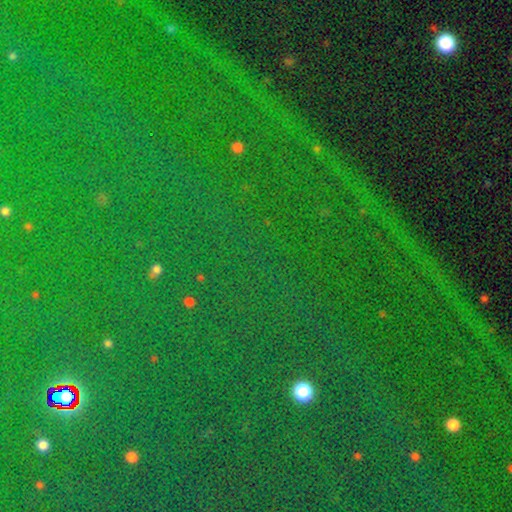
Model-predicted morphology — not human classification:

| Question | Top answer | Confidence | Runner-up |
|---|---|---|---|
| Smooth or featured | star or artifact | 83% | smooth (10%) |